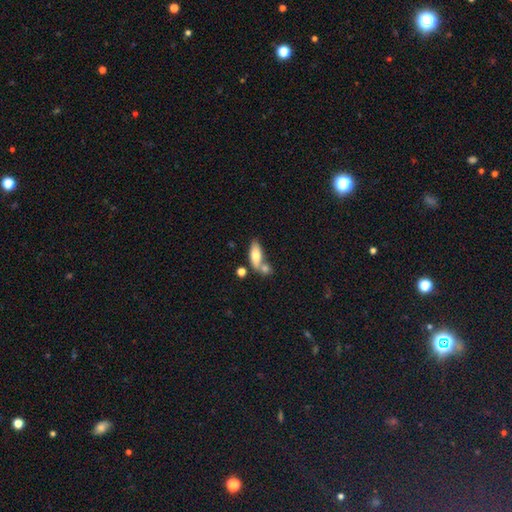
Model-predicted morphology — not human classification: type=smooth (71%); roundness=in between (70%); merging=none (44%).